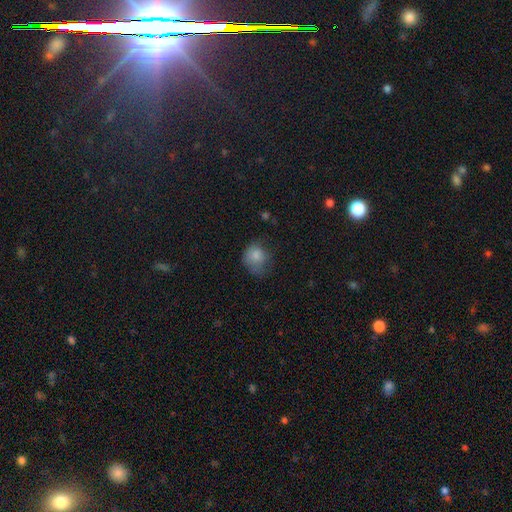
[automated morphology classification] This is clearly a smooth galaxy (80%). How rounded: likely round (70%). Merging: marginally none (44%).